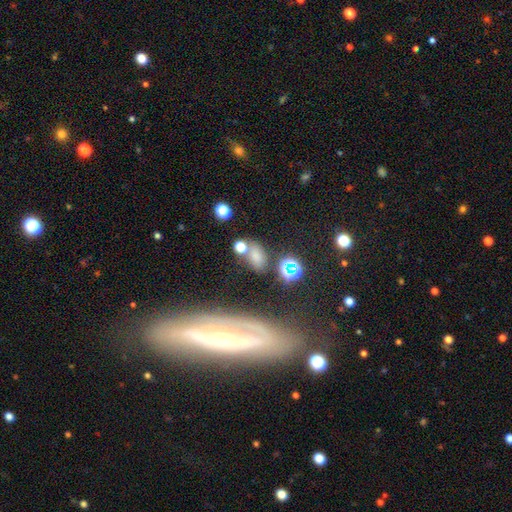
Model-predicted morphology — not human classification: Smooth or featured: smooth — 66% (star or artifact — 23%)
How rounded: in between — 80% (round — 17%)
Merging: none — 60% (merger — 17%)